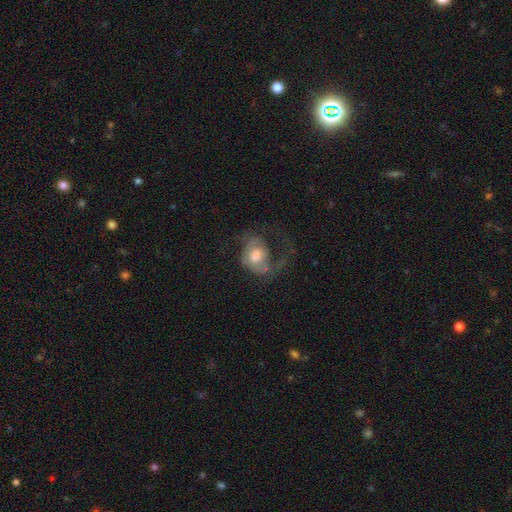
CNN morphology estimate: The model was most divided on "bulge size": moderate: 47%, large: 36%, small: 8%, dominant: 5%, none: 4%. More confident: edge-on disk — no (97%); bar — no (73%); spiral arms — yes (67%); smooth or featured — featured or disk (55%); merging — major disturbance (51%).